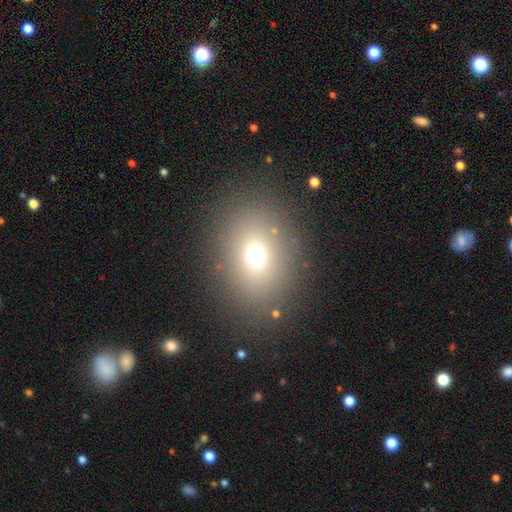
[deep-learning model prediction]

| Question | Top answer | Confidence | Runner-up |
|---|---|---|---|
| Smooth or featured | smooth | 69% | star or artifact (18%) |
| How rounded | in between | 54% | round (45%) |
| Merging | none | 85% | minor disturbance (8%) |